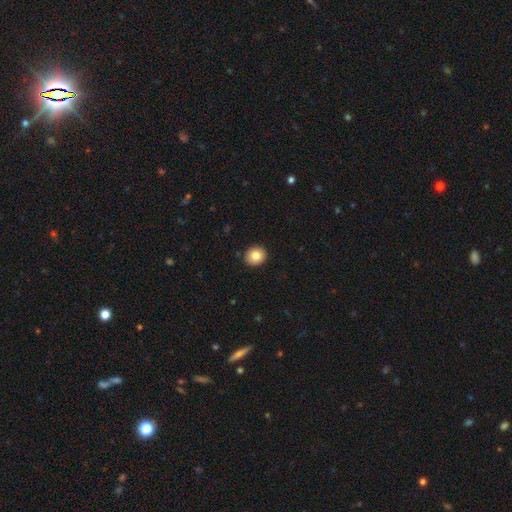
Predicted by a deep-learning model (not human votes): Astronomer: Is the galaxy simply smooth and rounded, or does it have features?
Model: smooth — 83%.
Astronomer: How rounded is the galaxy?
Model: round — 81%.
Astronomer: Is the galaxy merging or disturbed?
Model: none — 91%.